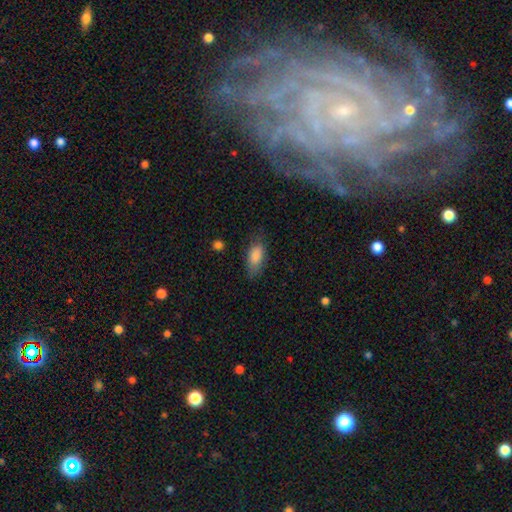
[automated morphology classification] Overall: smooth (85%). How rounded: in between (88%). Merging: none (67%).